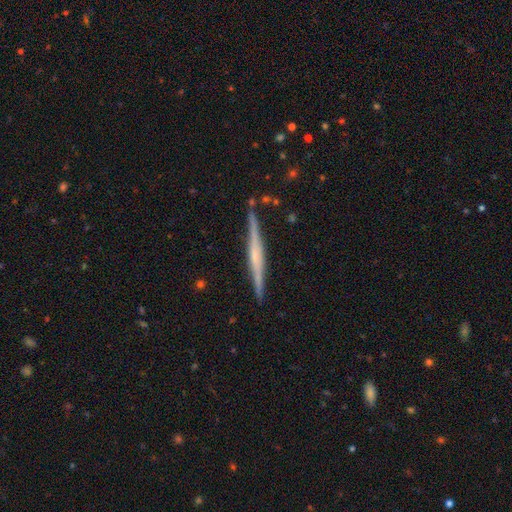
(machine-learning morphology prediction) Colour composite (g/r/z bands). It shows a featured or disk galaxy (73%) viewed edge-on (98%) with a rounded central bulge (41%). Merging: none (89%).